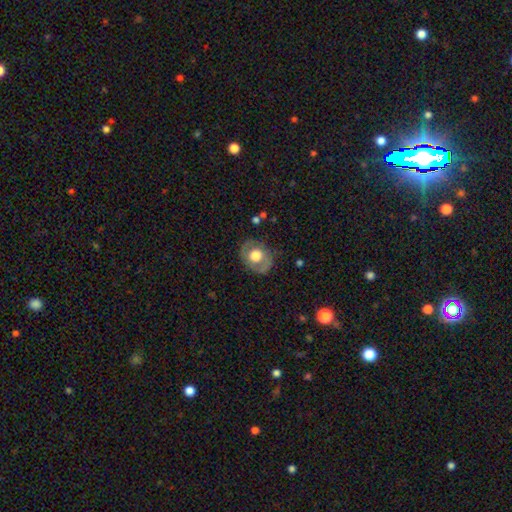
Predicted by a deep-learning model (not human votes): Morphology: type=smooth (51%); roundness=round (54%); merging=none (76%).